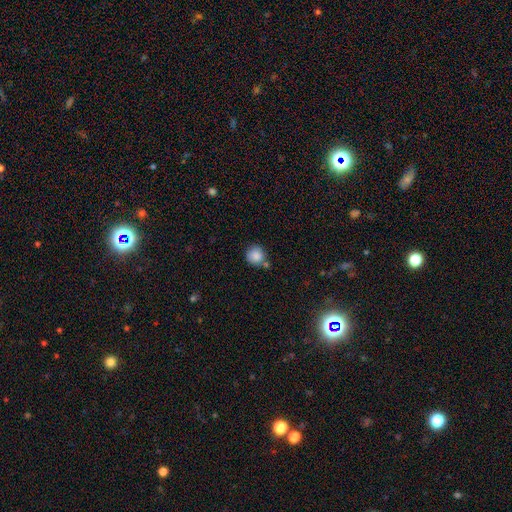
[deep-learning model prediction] Smooth or featured?
  - smooth: 86% *
  - star or artifact: 9%
  - featured or disk: 5%
How rounded?
  - round: 91% *
  - in between: 8%
  - cigar-shaped: 1%
Merging?
  - none: 69% *
  - minor disturbance: 14%
  - merger: 14%
  - major disturbance: 3%